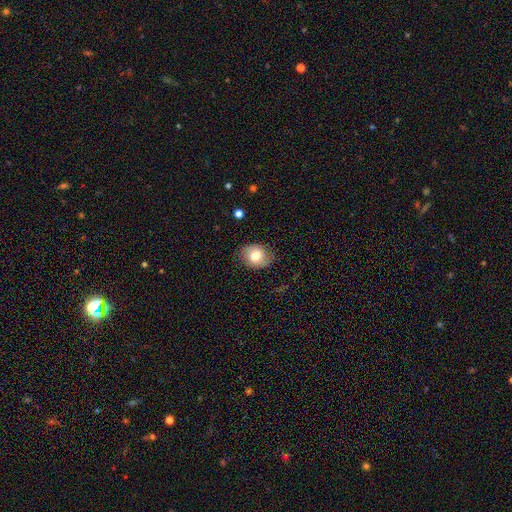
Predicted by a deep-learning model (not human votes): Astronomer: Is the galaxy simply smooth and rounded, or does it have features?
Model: smooth — 73%.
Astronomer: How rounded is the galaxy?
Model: round — 54% (runner-up: in between, 45%).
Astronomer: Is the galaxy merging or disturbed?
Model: none — 78%.